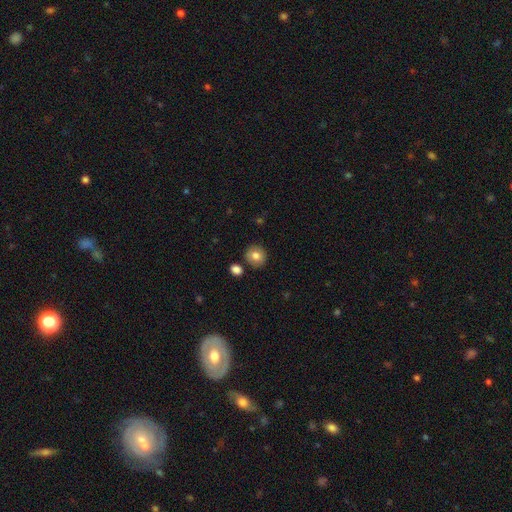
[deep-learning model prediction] Smooth or featured? smooth (81%)
How rounded? round (88%)
Merging? none (85%)